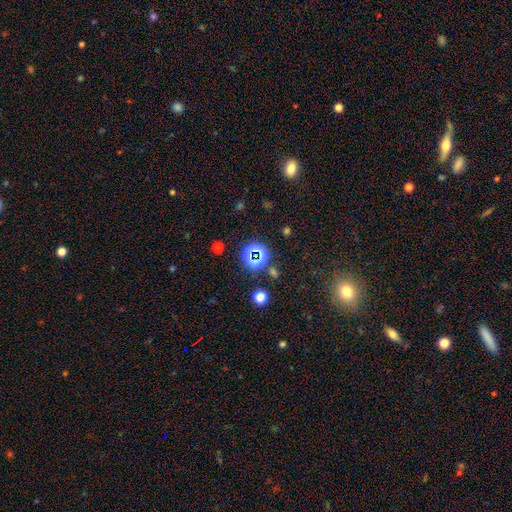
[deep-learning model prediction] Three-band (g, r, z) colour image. It shows a star or artifact, not a galaxy (66%).